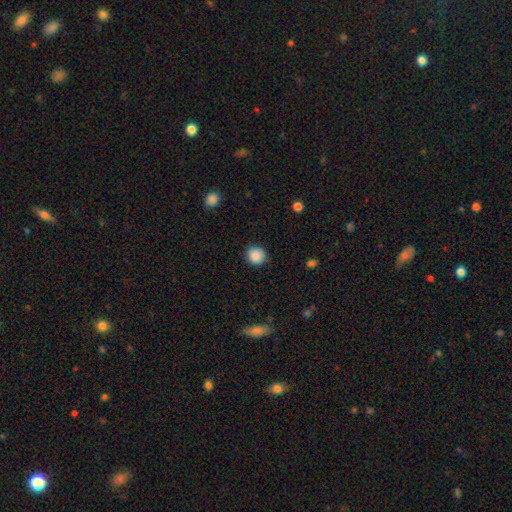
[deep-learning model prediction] Smooth or featured? smooth (88%)
How rounded? round (87%)
Merging? none (88%)